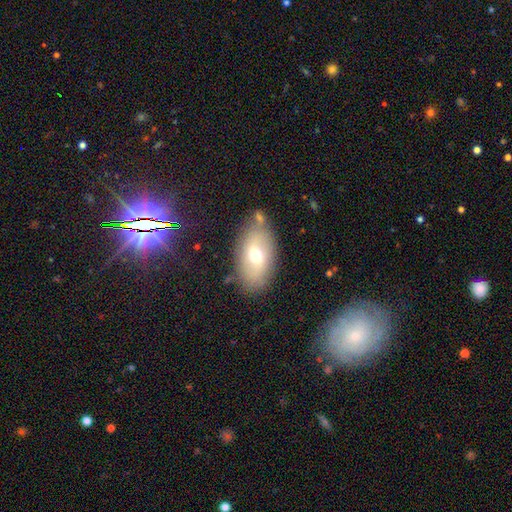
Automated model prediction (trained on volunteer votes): This is likely a smooth galaxy (60%). How rounded: clearly in between (90%). Merging: likely none (72%).